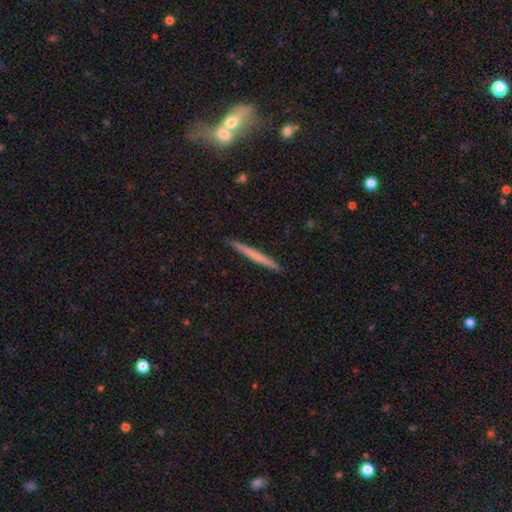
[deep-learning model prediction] This is possibly a smooth galaxy (49%). Merging: clearly none (92%).